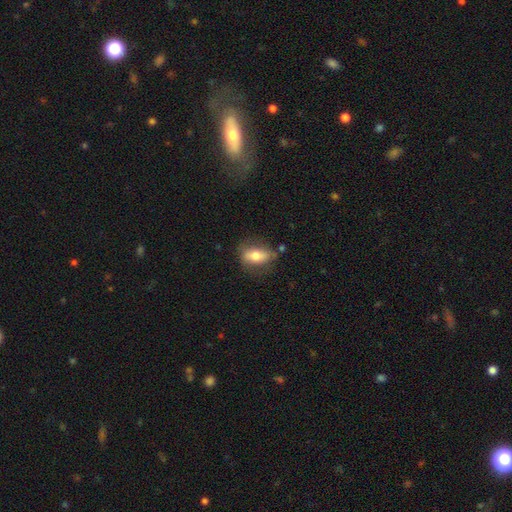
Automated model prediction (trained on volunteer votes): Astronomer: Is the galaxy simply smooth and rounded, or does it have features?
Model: smooth — 67%.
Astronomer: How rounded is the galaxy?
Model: in between — 80%.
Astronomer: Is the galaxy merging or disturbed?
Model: none — 66%.